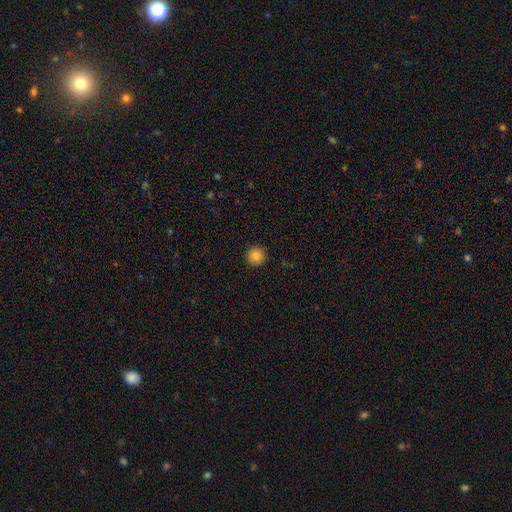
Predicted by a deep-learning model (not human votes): Smooth or featured? Predicted: smooth (p=0.82). How rounded? Predicted: round (p=0.95). Merging? Predicted: none (p=0.93).